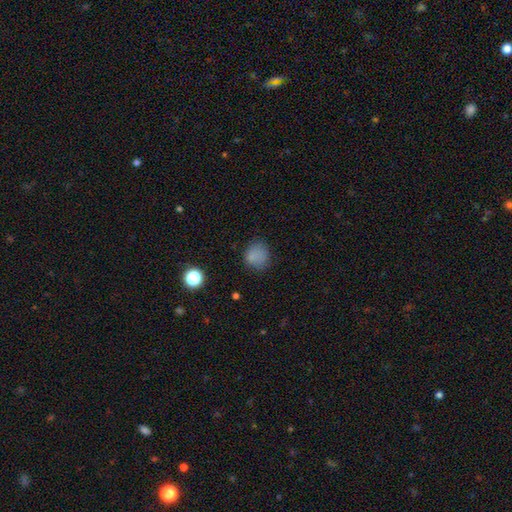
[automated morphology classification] Smooth or featured?
  - smooth: 79% *
  - star or artifact: 15%
  - featured or disk: 6%
How rounded?
  - round: 81% *
  - in between: 18%
  - cigar-shaped: 1%
Merging?
  - none: 74% *
  - minor disturbance: 18%
  - major disturbance: 6%
  - merger: 2%